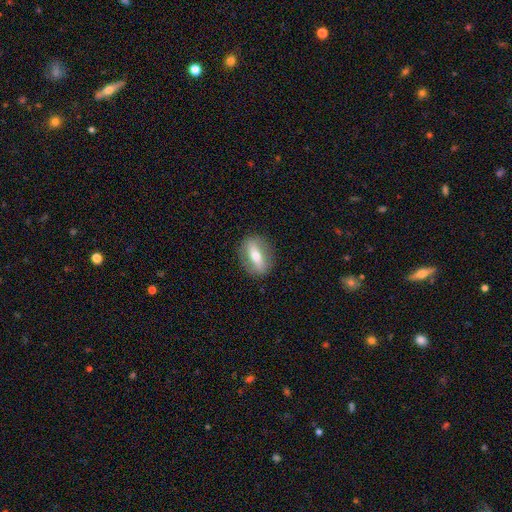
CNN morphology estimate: featured or disk 48%, smooth 44%, star or artifact 7%. Down the decision tree: merging — none (87%).